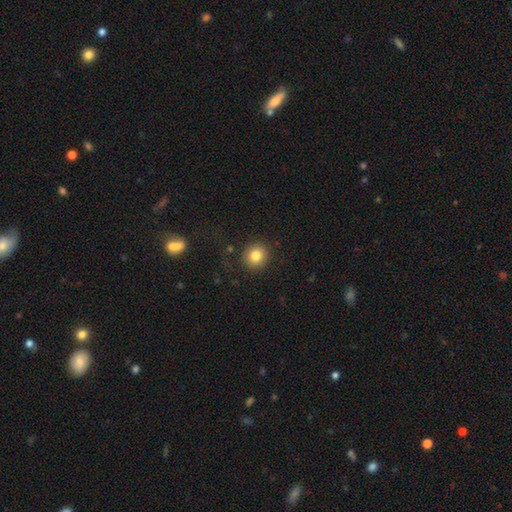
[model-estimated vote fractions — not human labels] Smooth or featured?
  - smooth: 82% *
  - star or artifact: 11%
  - featured or disk: 7%
How rounded?
  - round: 87% *
  - in between: 12%
  - cigar-shaped: 1%
Merging?
  - none: 87% *
  - minor disturbance: 8%
  - major disturbance: 3%
  - merger: 2%